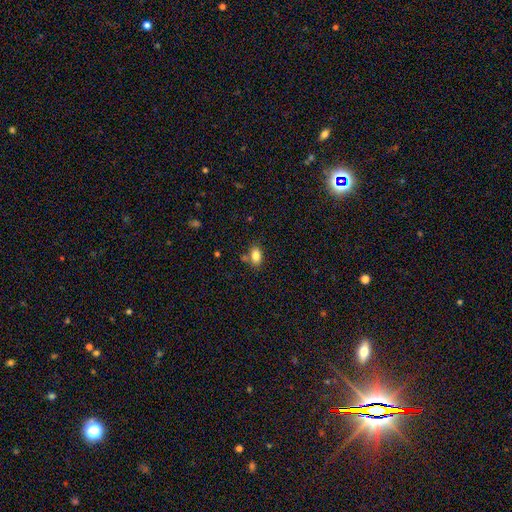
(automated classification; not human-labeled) smooth_or_featured: smooth (p=0.83) [alt: star or artifact p=0.10]
how_rounded: in between (p=0.84) [alt: round p=0.14]
merging: none (p=0.72) [alt: minor disturbance p=0.14]